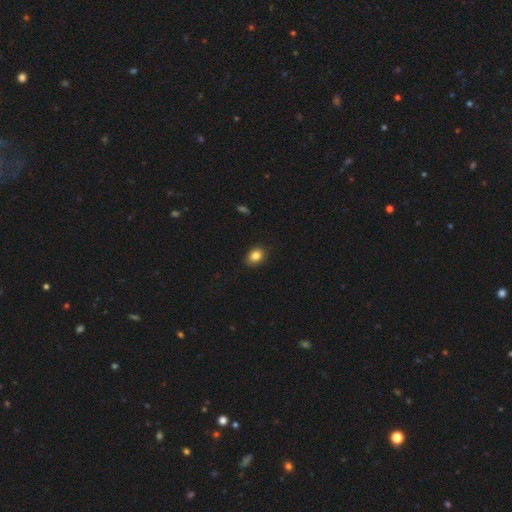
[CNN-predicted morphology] A smooth galaxy with no disk features (84%) that is in between round and cigar-shaped (59%).

Vote fractions:
- Smooth or featured? smooth: 84% / star or artifact: 10% / featured or disk: 6%
- How rounded? in between: 59% / round: 40% / cigar-shaped: 1%
- Merging? none: 87% / minor disturbance: 10% / major disturbance: 2% / merger: 1%